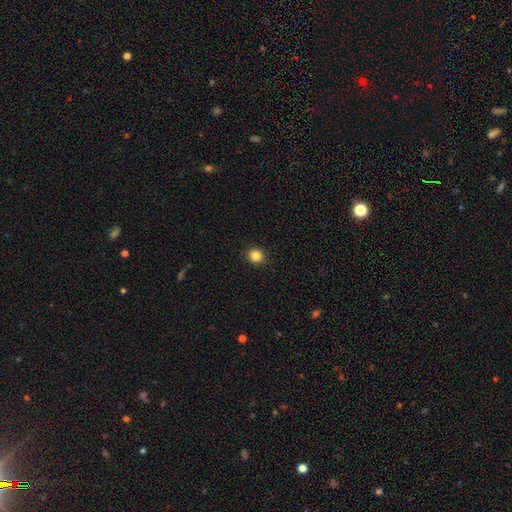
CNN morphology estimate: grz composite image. It shows a smooth galaxy with no disk features (85%) that is round (86%). Merging: none (91%).